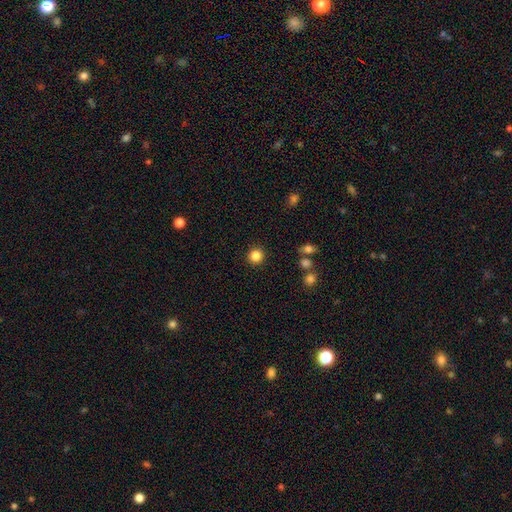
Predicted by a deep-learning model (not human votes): smooth-or-featured: smooth: 85% | star or artifact: 11% | featured or disk: 4%
  how-rounded: round: 94% | in between: 5% | cigar-shaped: 1%
  merging: none: 91% | minor disturbance: 5% | major disturbance: 2% | merger: 2%